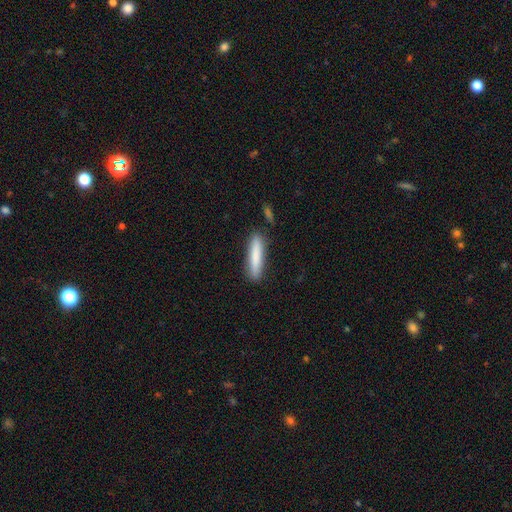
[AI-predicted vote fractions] Morphology: type=smooth (82%); roundness=cigar-shaped (86%); merging=none (86%).